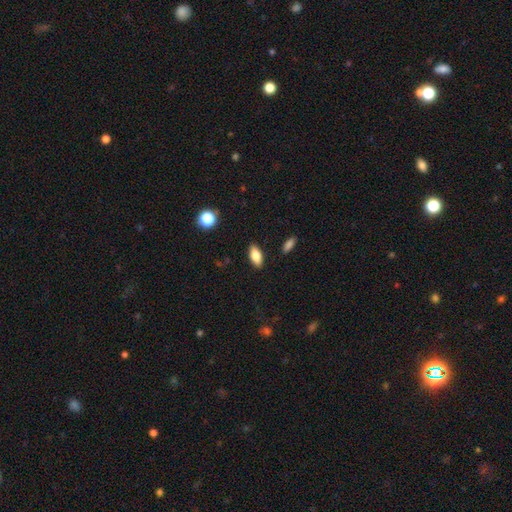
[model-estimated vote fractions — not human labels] Smooth or featured? smooth (80%)
How rounded? in between (87%)
Merging? none (87%)